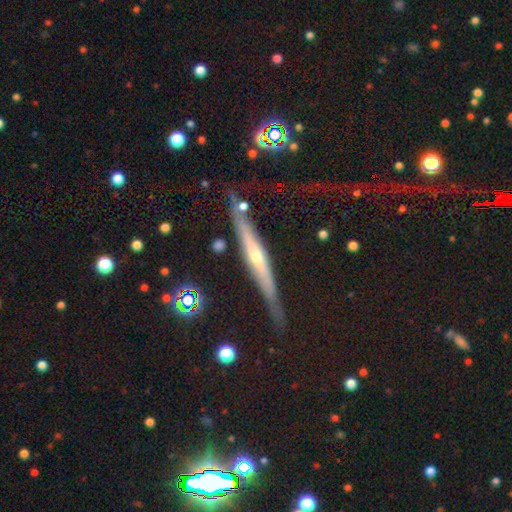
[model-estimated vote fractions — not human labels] This appears to be a featured or disk galaxy (72%) viewed edge-on (93%) with a rounded central bulge (67%). Merging: none (76%).